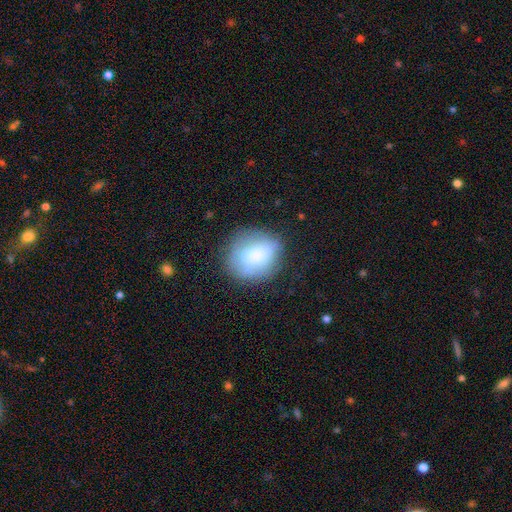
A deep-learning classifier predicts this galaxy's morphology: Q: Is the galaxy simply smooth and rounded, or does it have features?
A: smooth — 63%.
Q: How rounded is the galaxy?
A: round — 68%.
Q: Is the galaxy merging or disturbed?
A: none — 63%.